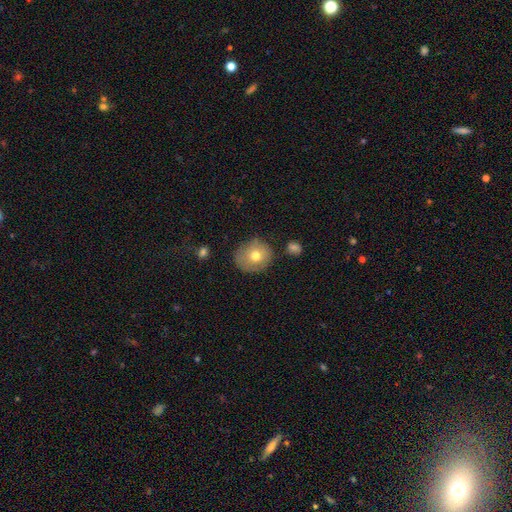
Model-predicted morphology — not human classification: Smooth or featured: smooth — 70% (featured or disk — 21%)
How rounded: round — 83% (in between — 16%)
Merging: none — 74% (minor disturbance — 18%)